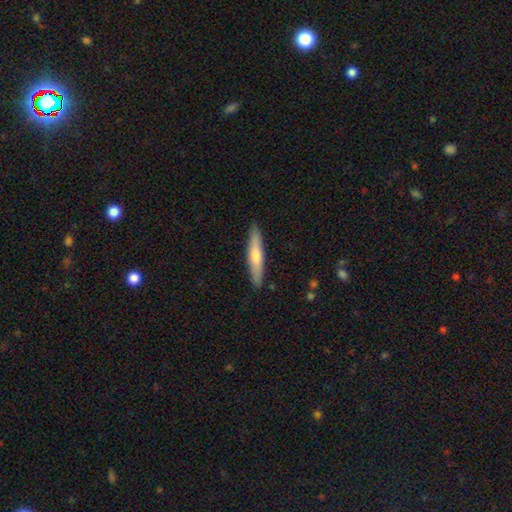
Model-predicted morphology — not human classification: Q: Smooth or featured?
A: smooth (56%); runner-up: featured or disk (38%)
Q: How rounded?
A: cigar-shaped (90%); runner-up: in between (8%)
Q: Merging?
A: none (90%); runner-up: minor disturbance (7%)